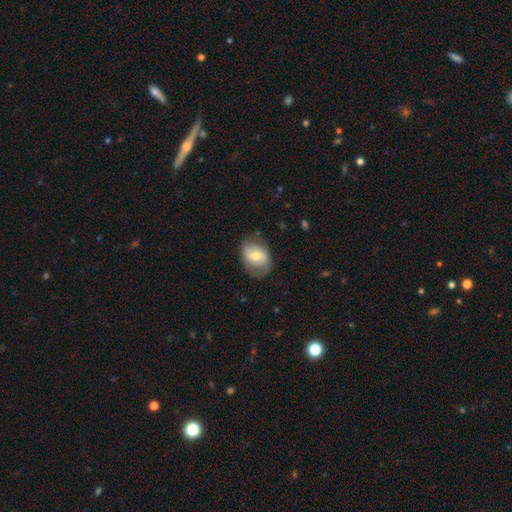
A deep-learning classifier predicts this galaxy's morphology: This appears to be a featured or disk galaxy (49%). Merging: none (68%).